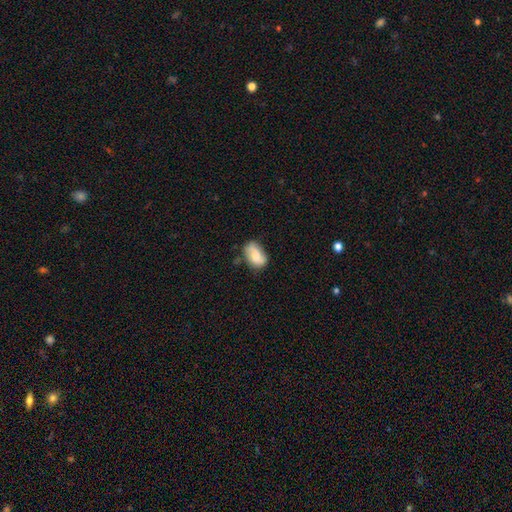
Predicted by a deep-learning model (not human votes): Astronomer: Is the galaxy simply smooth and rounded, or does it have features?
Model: smooth — 75%.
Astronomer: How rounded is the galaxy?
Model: in between — 90%.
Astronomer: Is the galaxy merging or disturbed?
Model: none — 60%.